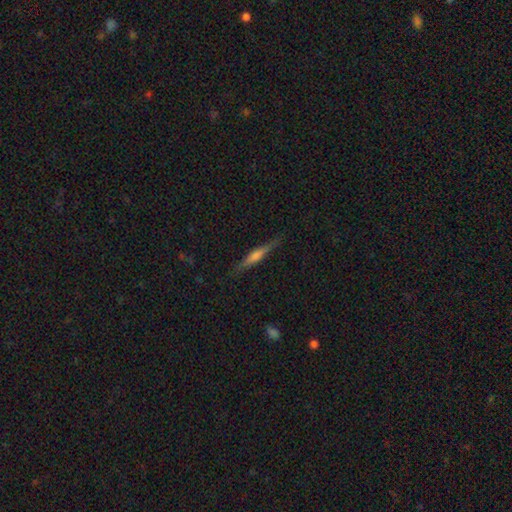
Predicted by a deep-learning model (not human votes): A featured or disk galaxy (65%) viewed edge-on (97%) with a rounded central bulge (66%). Merging: none (88%).